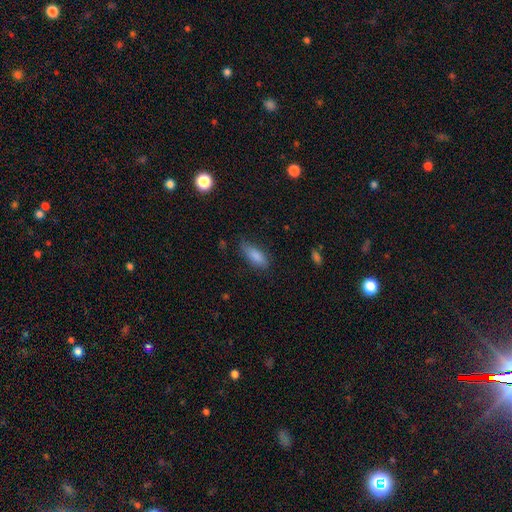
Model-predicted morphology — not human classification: This appears to be a smooth galaxy with no disk features (84%) that is in between round and cigar-shaped (77%). Merging: none (72%).